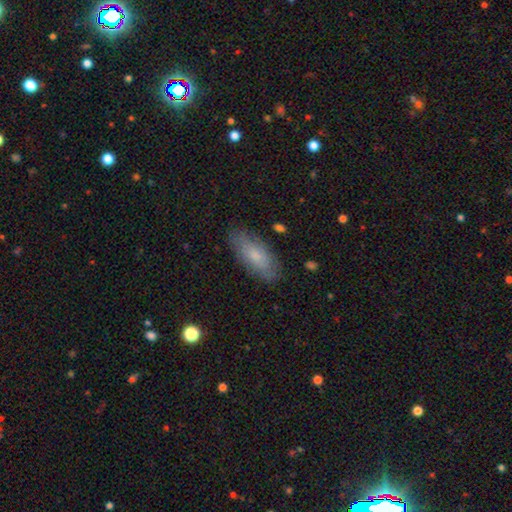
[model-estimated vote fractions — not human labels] This appears to be a smooth galaxy with no disk features (68%) that is in between round and cigar-shaped (80%). Merging: none (82%).